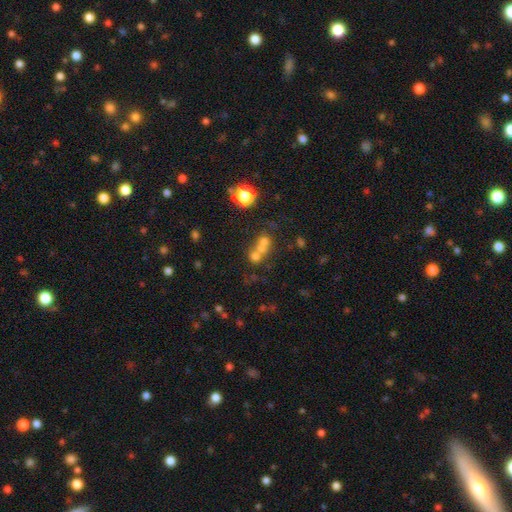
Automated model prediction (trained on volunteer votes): Smooth or featured?
  - star or artifact: 44% *
  - smooth: 42%
  - featured or disk: 14%